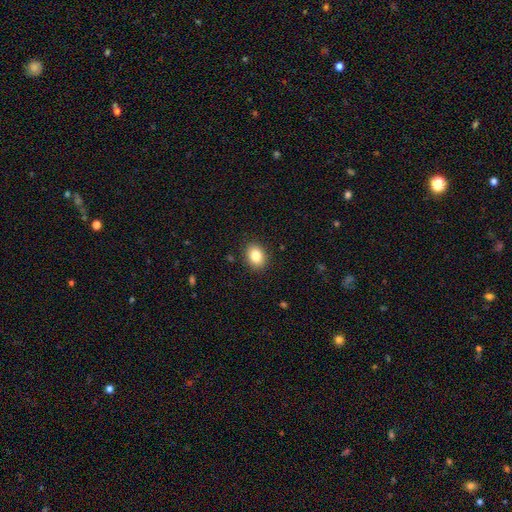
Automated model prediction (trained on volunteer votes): smooth 84%, star or artifact 9%, featured or disk 7%. Down the decision tree: how rounded — in between (61%); merging — none (89%).